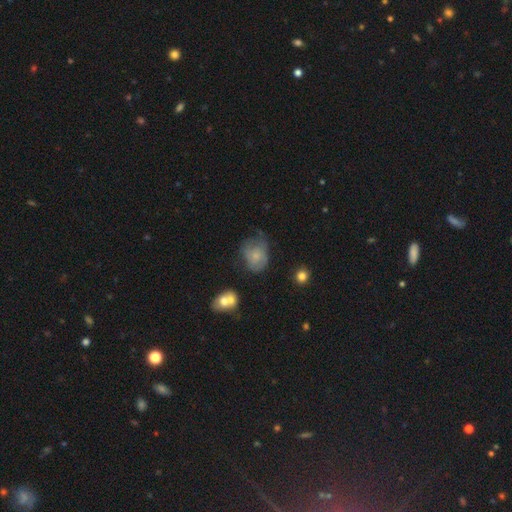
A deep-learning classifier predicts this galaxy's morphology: Overall: smooth (59%; featured or disk 32%). How rounded: in between (53%; round 46%). Merging: minor disturbance (35%, tied with none).